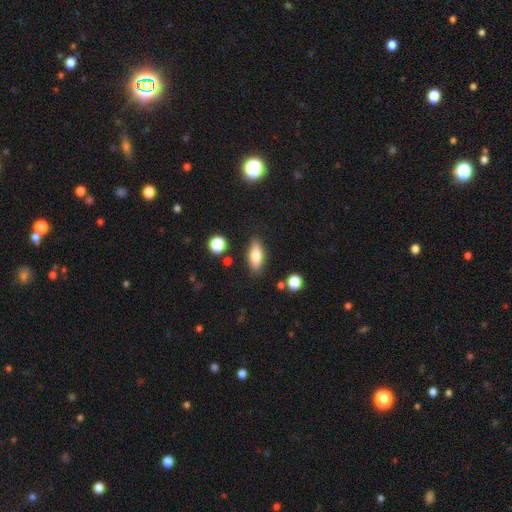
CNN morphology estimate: smooth_or_featured: smooth (p=0.72) [alt: featured or disk p=0.21]
how_rounded: in between (p=0.72) [alt: cigar-shaped p=0.24]
merging: none (p=0.83) [alt: minor disturbance p=0.11]